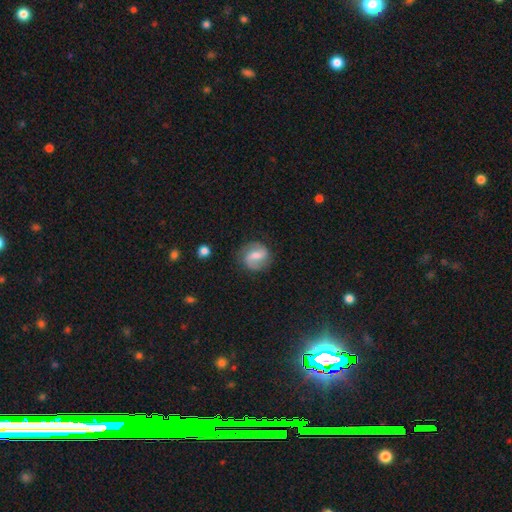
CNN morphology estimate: smooth_or_featured: featured or disk (p=0.72) [alt: smooth p=0.21]
disk_edge_on: no (p=0.98) [alt: yes p=0.02]
bar: weak (p=0.50) [alt: strong p=0.32]
has_spiral_arms: yes (p=0.93) [alt: no p=0.07]
spiral_winding: medium (p=0.45) [alt: loose p=0.35]
spiral_arm_count: 2 (p=0.89) [alt: can't tell p=0.05]
bulge_size: moderate (p=0.48) [alt: small p=0.36]
merging: none (p=0.81) [alt: minor disturbance p=0.13]